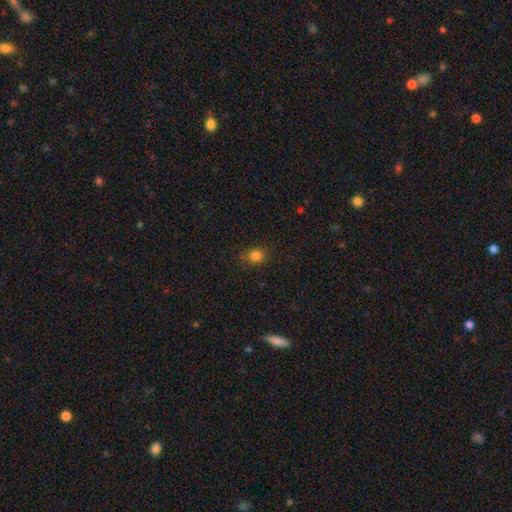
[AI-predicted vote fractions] A smooth galaxy with no disk features (81%) that is round (79%). Merging: none (82%).